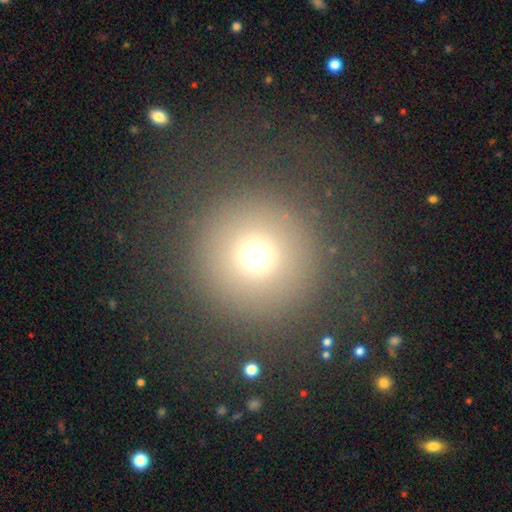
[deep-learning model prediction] The model was most divided on "smooth or featured": smooth: 70%, star or artifact: 19%, featured or disk: 10%. More confident: how rounded — round (96%); merging — none (84%).